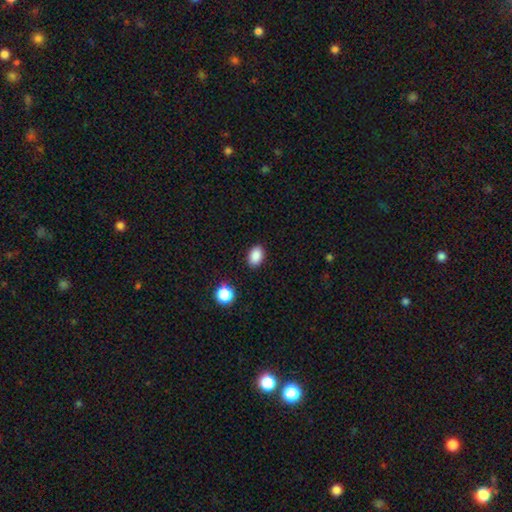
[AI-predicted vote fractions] Smooth or featured: smooth — 87% (star or artifact — 9%)
How rounded: in between — 85% (round — 14%)
Merging: none — 88% (minor disturbance — 8%)